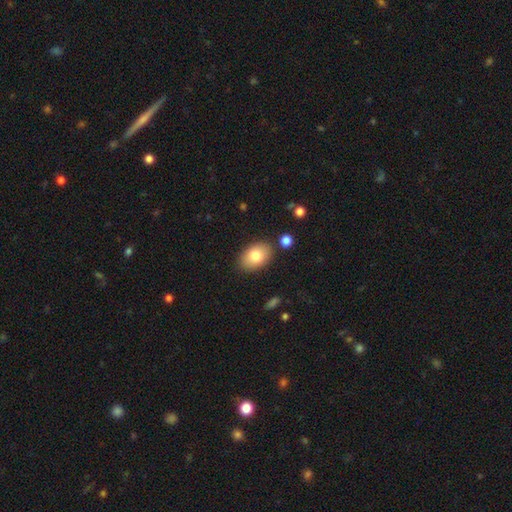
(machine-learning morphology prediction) smooth_or_featured: smooth (p=0.80) [alt: featured or disk p=0.13]
how_rounded: in between (p=0.88) [alt: round p=0.11]
merging: none (p=0.83) [alt: minor disturbance p=0.11]